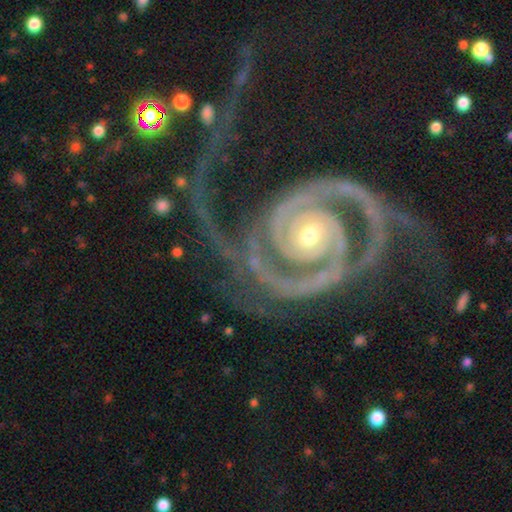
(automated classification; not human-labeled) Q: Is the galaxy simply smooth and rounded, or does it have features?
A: featured or disk — 94%.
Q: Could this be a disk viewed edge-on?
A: no — 98%.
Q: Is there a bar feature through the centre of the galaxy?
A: no — 62%.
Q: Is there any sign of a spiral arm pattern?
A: yes — 99%.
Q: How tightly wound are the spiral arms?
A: tight — 55%.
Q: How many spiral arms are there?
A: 2 — 85%.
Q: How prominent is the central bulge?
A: small — 53%.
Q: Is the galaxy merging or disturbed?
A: none — 53%.